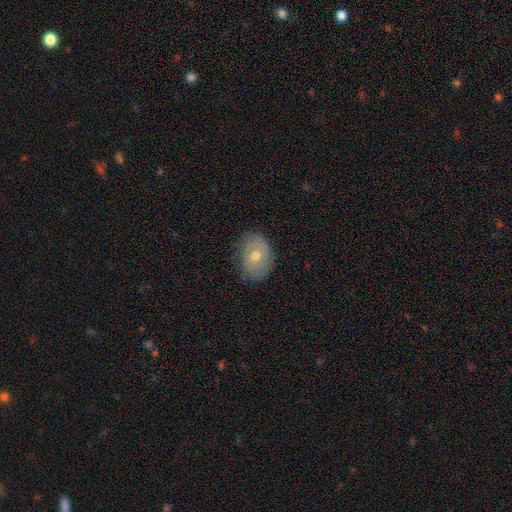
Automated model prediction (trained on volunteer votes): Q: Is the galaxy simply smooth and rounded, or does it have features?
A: smooth — 46%.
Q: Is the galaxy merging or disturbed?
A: none — 74%.